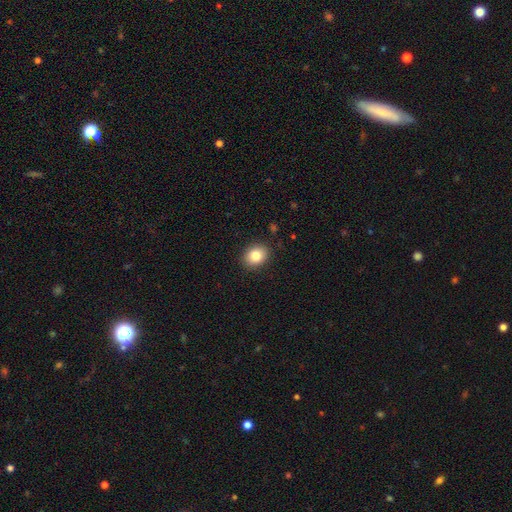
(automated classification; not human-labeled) This is clearly a smooth galaxy (82%). How rounded: possibly round (51%). Merging: clearly none (89%).